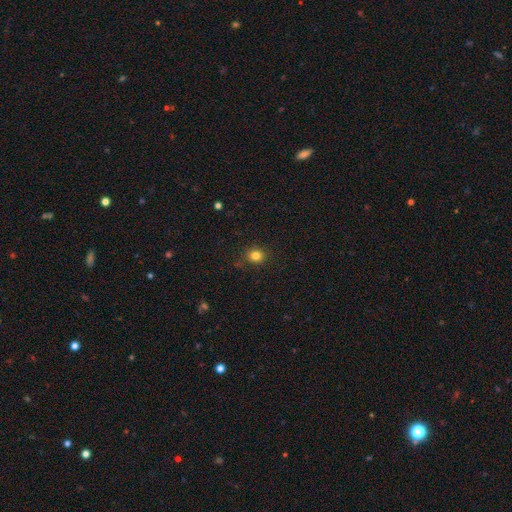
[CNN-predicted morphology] A smooth galaxy with no disk features (81%) that is round (82%).

Vote fractions:
- Smooth or featured? smooth: 81% / star or artifact: 14% / featured or disk: 5%
- How rounded? round: 82% / in between: 17% / cigar-shaped: 1%
- Merging? none: 86% / minor disturbance: 10% / major disturbance: 3% / merger: 1%